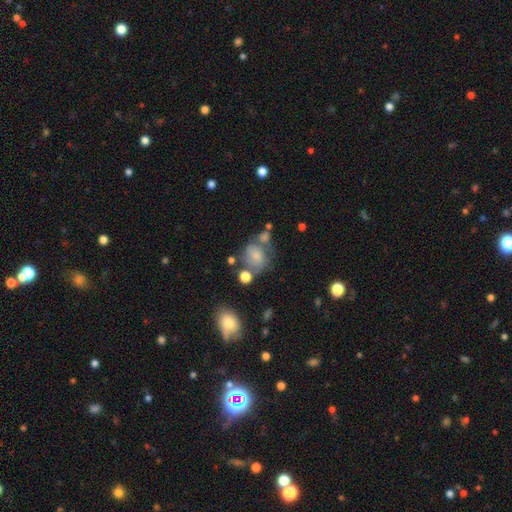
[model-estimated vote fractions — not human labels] Morphology: type=smooth (64%); roundness=round (61%); merging=none (39%).